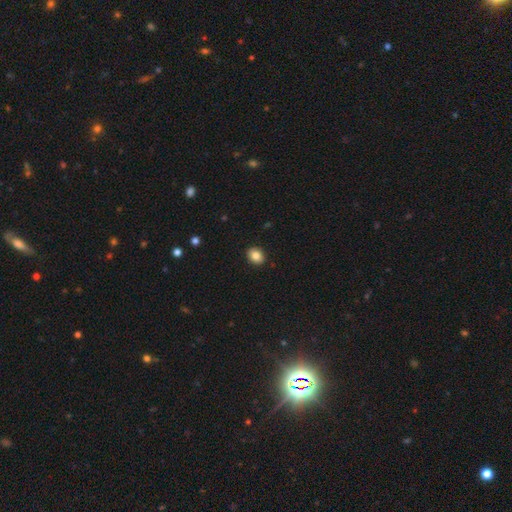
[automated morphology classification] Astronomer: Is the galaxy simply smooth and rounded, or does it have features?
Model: smooth — 85%.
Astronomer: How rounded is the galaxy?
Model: round — 56% (runner-up: in between, 43%).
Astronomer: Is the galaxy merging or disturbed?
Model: none — 91%.